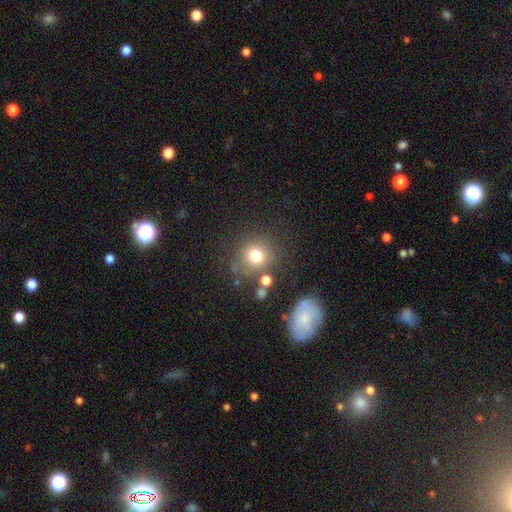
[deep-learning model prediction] This appears to be a smooth galaxy with no disk features (75%) that is round (85%). Merging: none (73%).